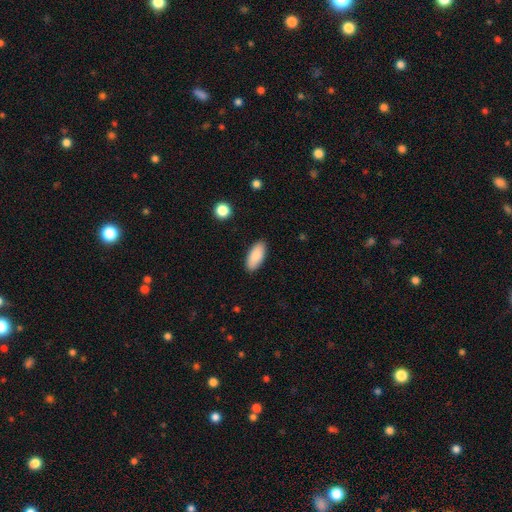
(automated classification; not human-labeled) This appears to be a smooth galaxy with no disk features (88%) that is in between round and cigar-shaped (89%). Merging: none (88%).